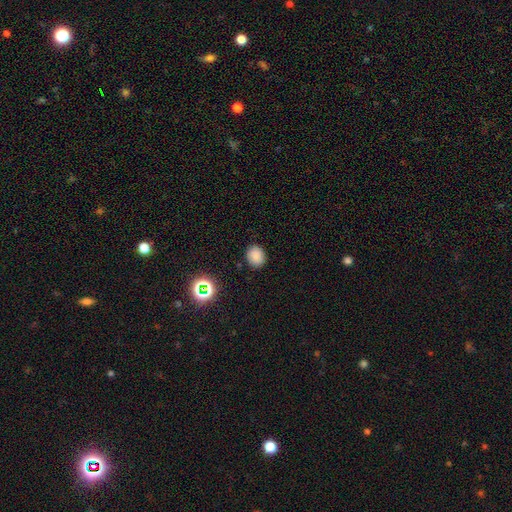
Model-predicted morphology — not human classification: Smooth or featured: smooth — 80% (star or artifact — 15%)
How rounded: round — 57% (in between — 42%)
Merging: none — 86% (minor disturbance — 10%)